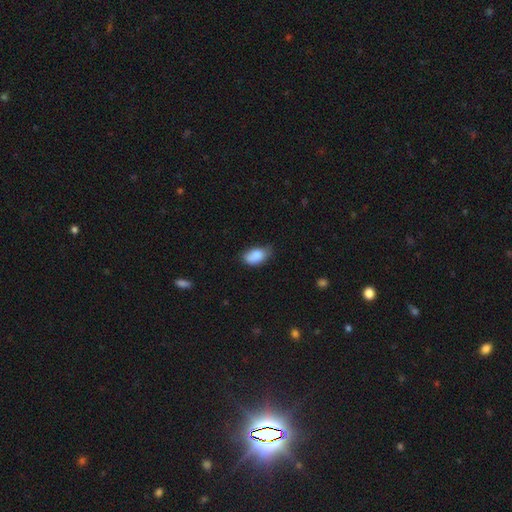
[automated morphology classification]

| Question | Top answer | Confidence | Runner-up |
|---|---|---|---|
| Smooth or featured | smooth | 87% | star or artifact (7%) |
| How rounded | in between | 92% | round (5%) |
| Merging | none | 57% | minor disturbance (35%) |